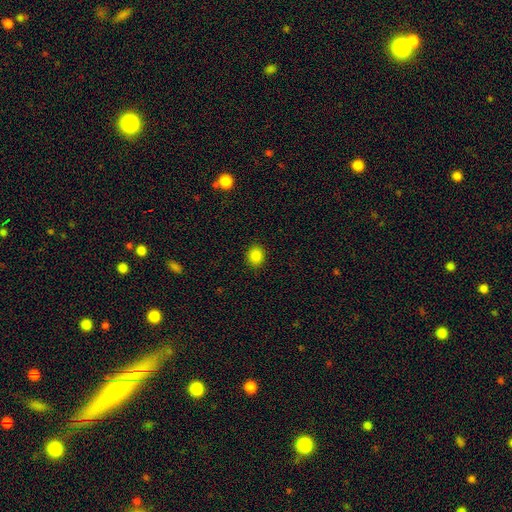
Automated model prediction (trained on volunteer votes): A smooth galaxy with no disk features (85%) that is round (69%).

Vote fractions:
- Smooth or featured? smooth: 85% / star or artifact: 11% / featured or disk: 4%
- How rounded? round: 69% / in between: 30% / cigar-shaped: 1%
- Merging? none: 90% / minor disturbance: 7% / major disturbance: 2% / merger: 1%